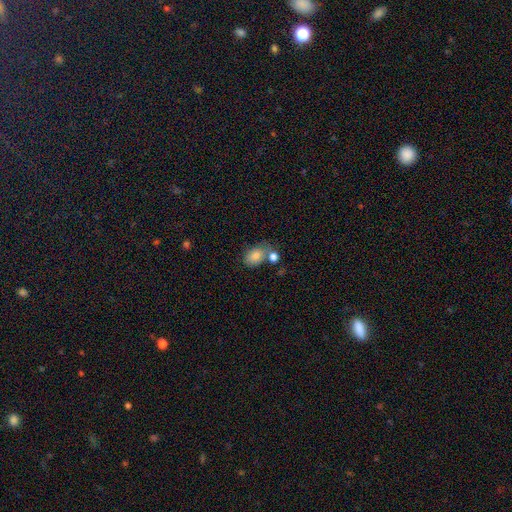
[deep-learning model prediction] Morphology: type=smooth (82%); roundness=in between (80%); merging=none (43%).